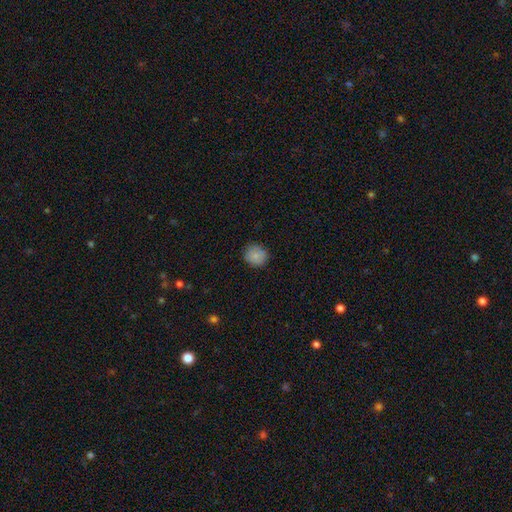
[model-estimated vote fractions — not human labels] This is clearly a smooth galaxy (85%). How rounded: clearly round (87%). Merging: clearly none (85%).